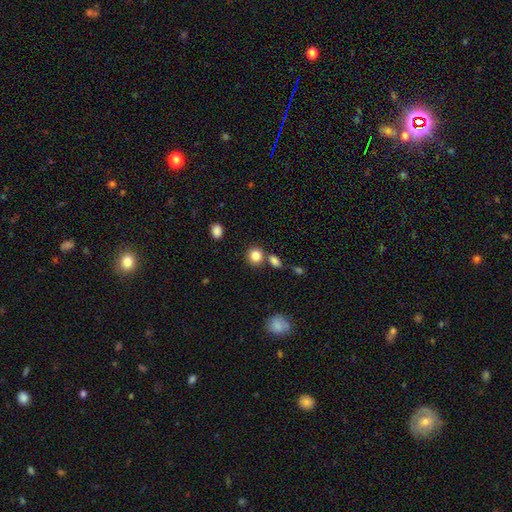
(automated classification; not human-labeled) smooth_or_featured: smooth (p=0.84) [alt: star or artifact p=0.10]
how_rounded: round (p=0.80) [alt: in between p=0.19]
merging: none (p=0.69) [alt: merger p=0.17]